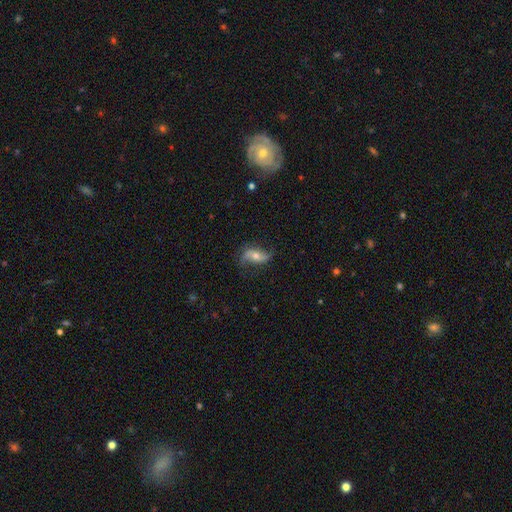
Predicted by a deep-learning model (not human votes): Smooth or featured? Predicted: featured or disk (p=0.74). Edge-on disk? Predicted: no (p=0.92). Bar? Predicted: no (p=0.50). Spiral arms? Predicted: yes (p=0.92). Spiral winding? Predicted: loose (p=0.73). Spiral arm count? Predicted: 2 (p=0.89). Bulge size? Predicted: moderate (p=0.58). Merging? Predicted: none (p=0.69).